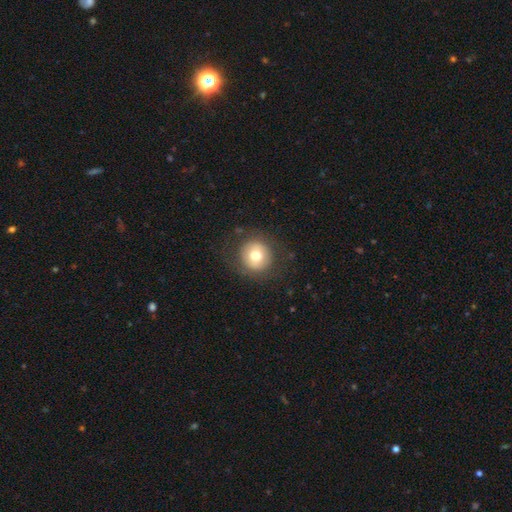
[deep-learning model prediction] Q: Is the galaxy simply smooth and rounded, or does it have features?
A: smooth — 70%.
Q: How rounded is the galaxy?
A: round — 94%.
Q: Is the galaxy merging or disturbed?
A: none — 85%.